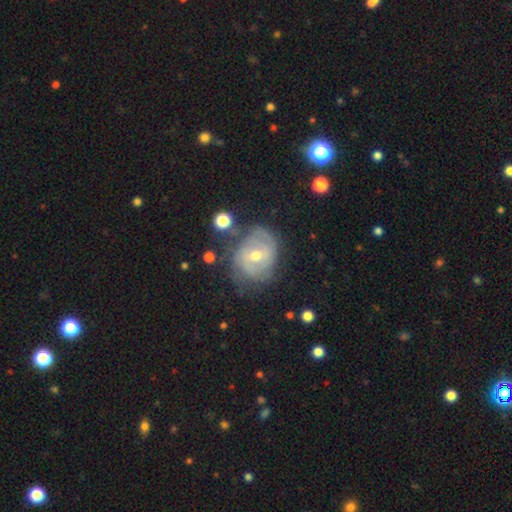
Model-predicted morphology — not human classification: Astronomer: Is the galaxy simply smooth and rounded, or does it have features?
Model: featured or disk — 76%.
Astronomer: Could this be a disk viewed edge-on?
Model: no — 97%.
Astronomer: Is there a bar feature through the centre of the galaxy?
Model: no — 48% (runner-up: weak, 41%).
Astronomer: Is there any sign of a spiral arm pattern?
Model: yes — 84%.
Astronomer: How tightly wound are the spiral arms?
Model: tight — 59%.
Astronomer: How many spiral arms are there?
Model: can't tell — 39% (runner-up: 2, 36%).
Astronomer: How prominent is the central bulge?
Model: moderate — 63%.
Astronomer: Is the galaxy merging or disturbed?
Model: none — 64%.